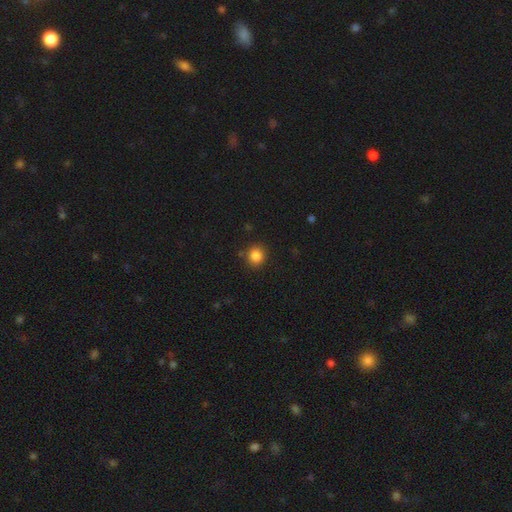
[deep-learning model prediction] The model was most divided on "smooth or featured": smooth: 85%, star or artifact: 11%, featured or disk: 4%. More confident: how rounded — round (87%); merging — none (87%).